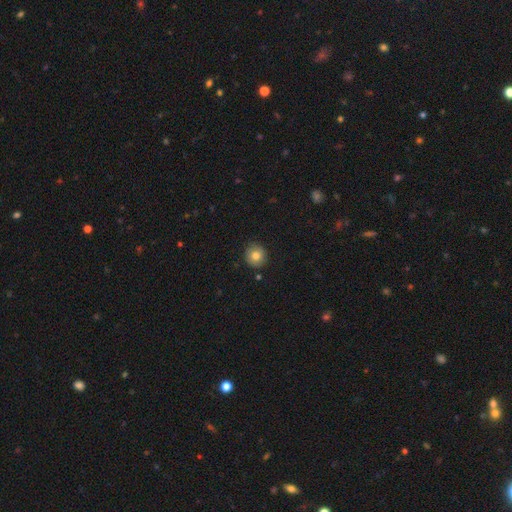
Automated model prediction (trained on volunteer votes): smooth-or-featured: smooth: 80% | featured or disk: 10% | star or artifact: 10%
  how-rounded: round: 89% | in between: 10% | cigar-shaped: 1%
  merging: none: 87% | minor disturbance: 10% | major disturbance: 2% | merger: 1%